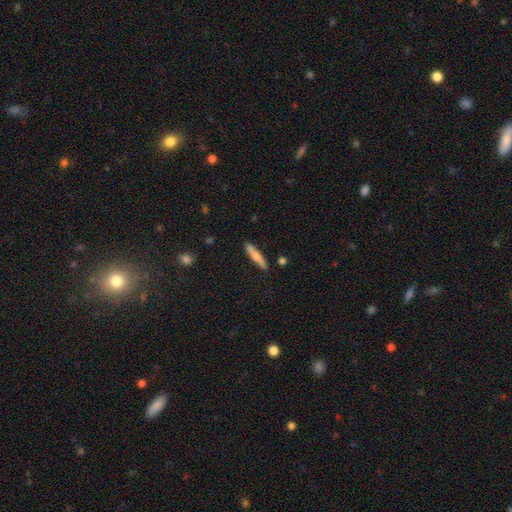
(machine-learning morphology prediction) Smooth or featured: smooth — 65% (featured or disk — 29%)
How rounded: cigar-shaped — 90% (in between — 8%)
Merging: none — 82% (minor disturbance — 11%)